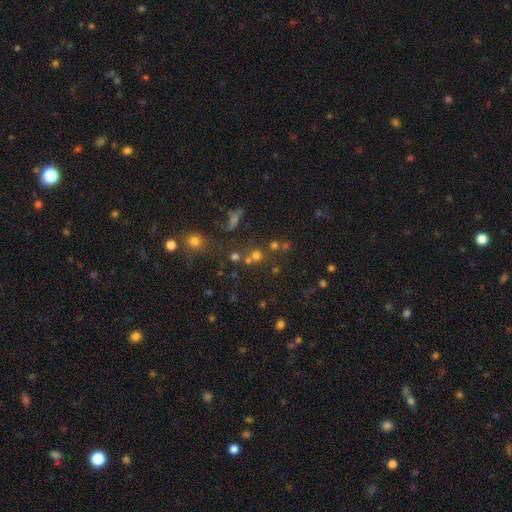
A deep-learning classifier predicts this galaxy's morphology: Smooth or featured? smooth (54%)
How rounded? round (88%)
Merging? none (64%)